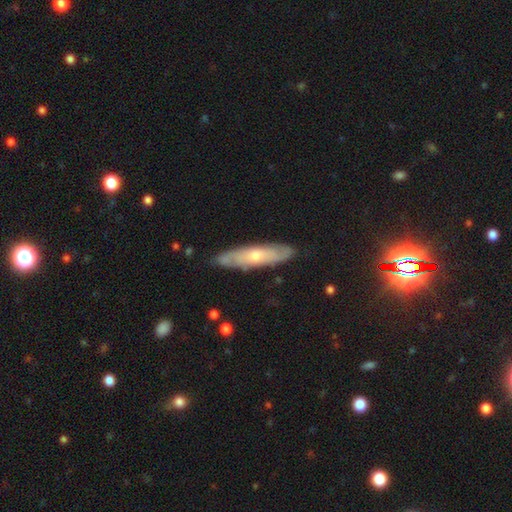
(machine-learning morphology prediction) featured or disk 55%, smooth 39%, star or artifact 6%. Down the decision tree: edge-on disk — no (51%); merging — none (83%).